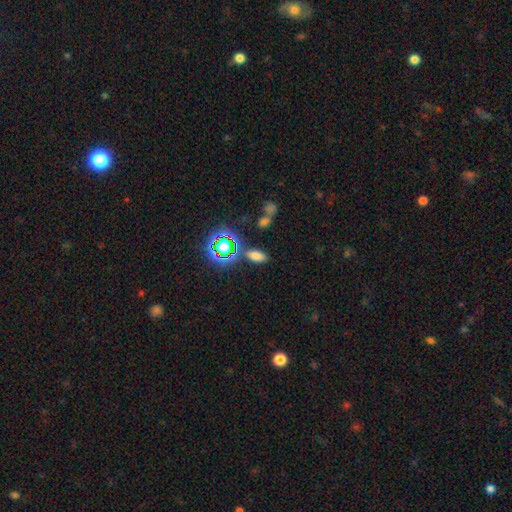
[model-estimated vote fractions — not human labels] Morphology: type=smooth (68%); roundness=in between (84%); merging=none (78%).